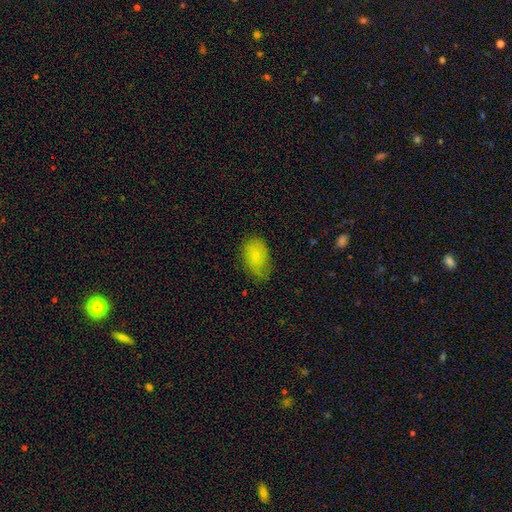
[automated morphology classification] Q: Smooth or featured?
A: smooth (72%); runner-up: featured or disk (21%)
Q: How rounded?
A: in between (88%); runner-up: round (10%)
Q: Merging?
A: none (62%); runner-up: minor disturbance (29%)